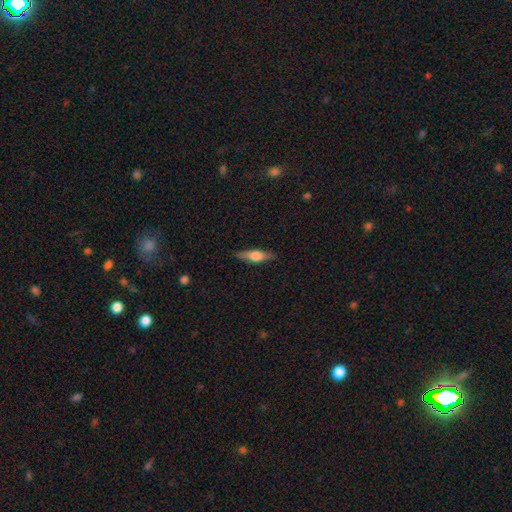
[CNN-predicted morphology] type=featured or disk (49%); merging=none (87%).